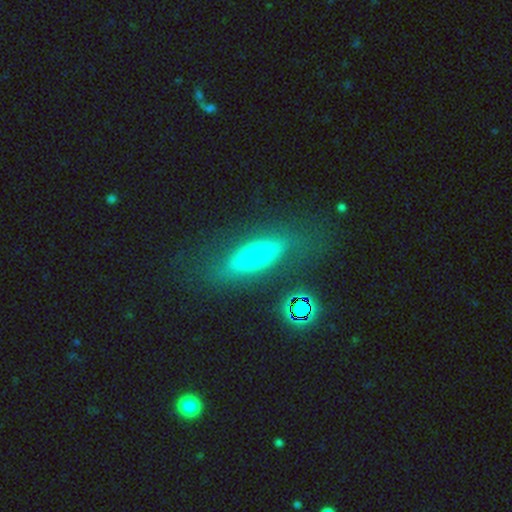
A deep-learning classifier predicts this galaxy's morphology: This is possibly a smooth galaxy (56%). How rounded: likely in between (71%). Merging: likely none (74%).